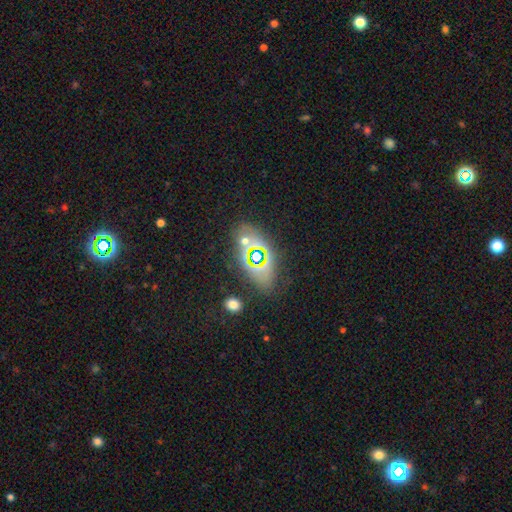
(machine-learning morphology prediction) type=star or artifact (52%).